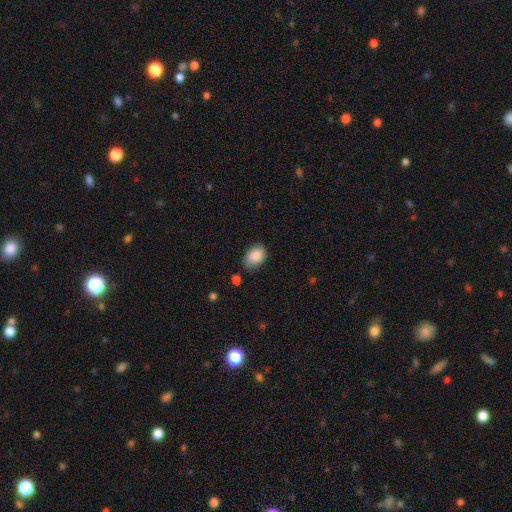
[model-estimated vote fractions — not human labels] The model was most divided on "merging": none: 66%, minor disturbance: 26%, major disturbance: 5%, merger: 3%. More confident: smooth or featured — smooth (85%); how rounded — in between (78%).